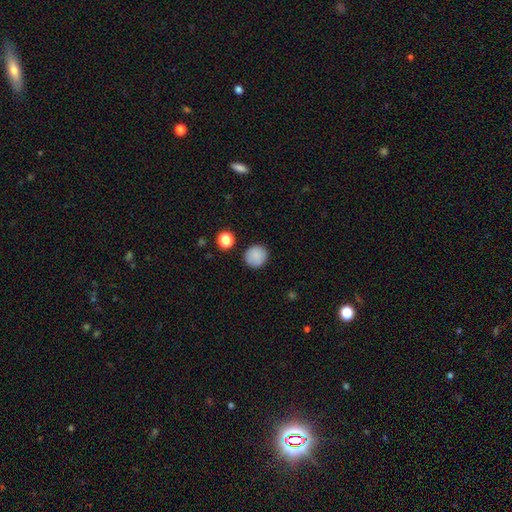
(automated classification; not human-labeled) Q: Smooth or featured?
A: smooth (86%); runner-up: star or artifact (9%)
Q: How rounded?
A: round (91%); runner-up: in between (8%)
Q: Merging?
A: none (88%); runner-up: minor disturbance (8%)